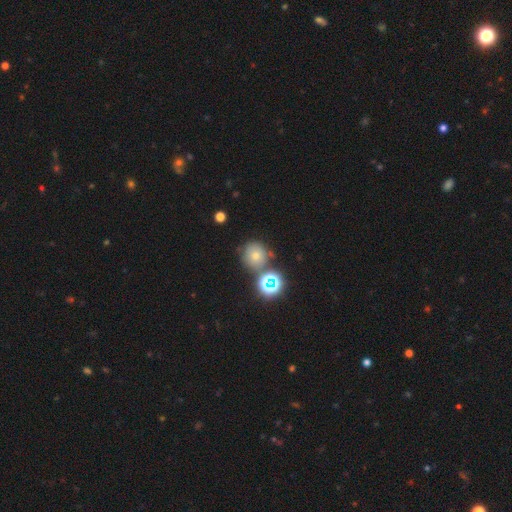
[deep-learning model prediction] Smooth or featured?
  - star or artifact: 41% * (tied)
  - smooth: 41% * (tied)
  - featured or disk: 19%